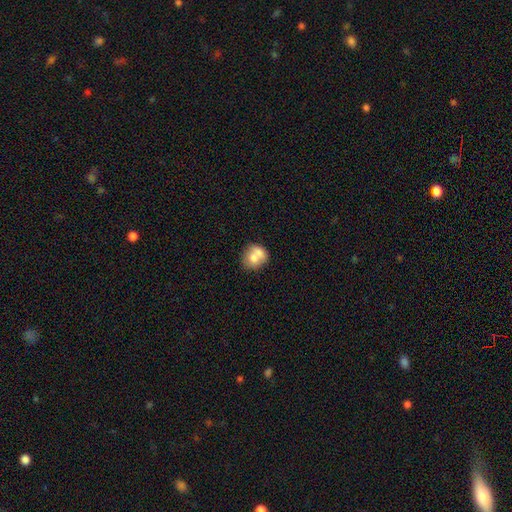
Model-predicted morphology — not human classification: Q: Smooth or featured?
A: smooth (70%); runner-up: featured or disk (22%)
Q: How rounded?
A: round (70%); runner-up: in between (29%)
Q: Merging?
A: merger (43%); runner-up: none (38%)